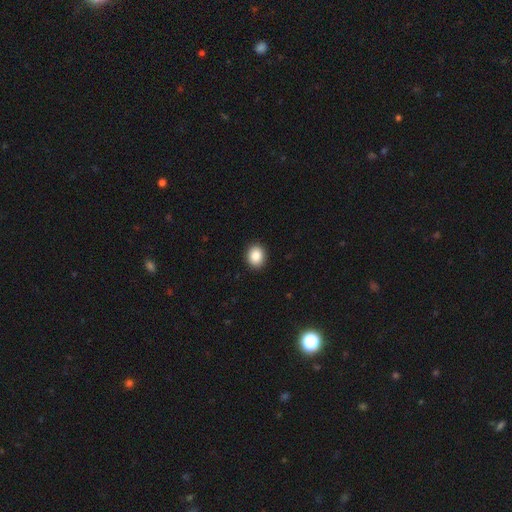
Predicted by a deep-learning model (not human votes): Overall: smooth (88%). How rounded: round (61%; in between 38%). Merging: none (92%).